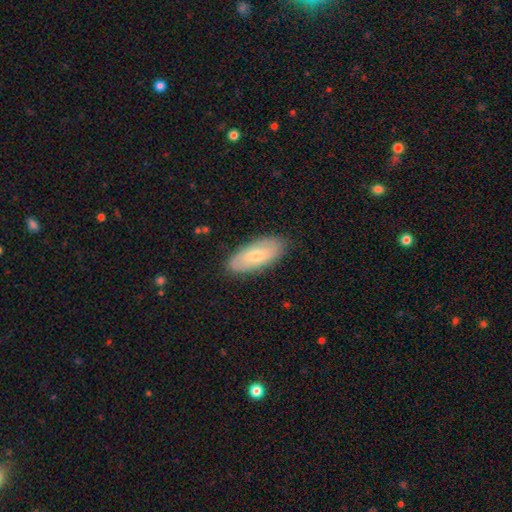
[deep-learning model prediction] This appears to be a smooth galaxy with no disk features (65%) that is in between round and cigar-shaped (86%). Merging: none (85%).